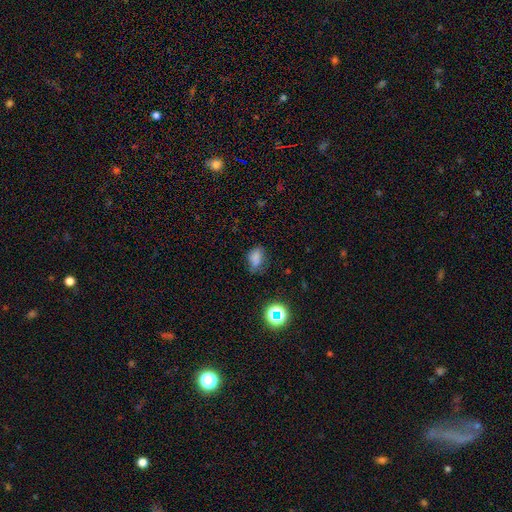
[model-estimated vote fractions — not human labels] Morphology: type=smooth (62%); roundness=in between (77%); merging=none (67%).